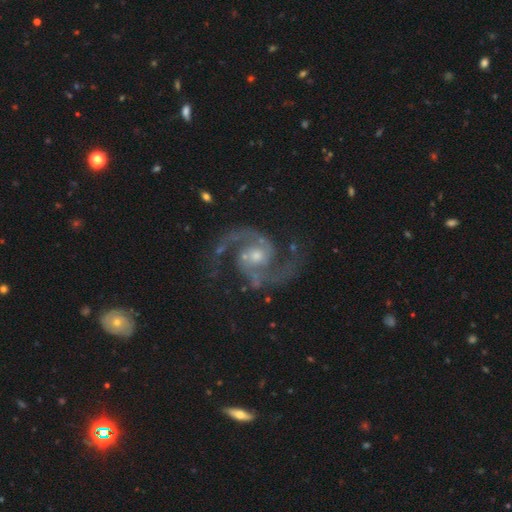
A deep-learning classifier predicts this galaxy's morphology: This appears to be a featured or disk galaxy (94%) with no bar (60%), 2 (95%) medium (66%) spiral arms (99%) and a moderate central bulge (49%). Merging: none (79%).